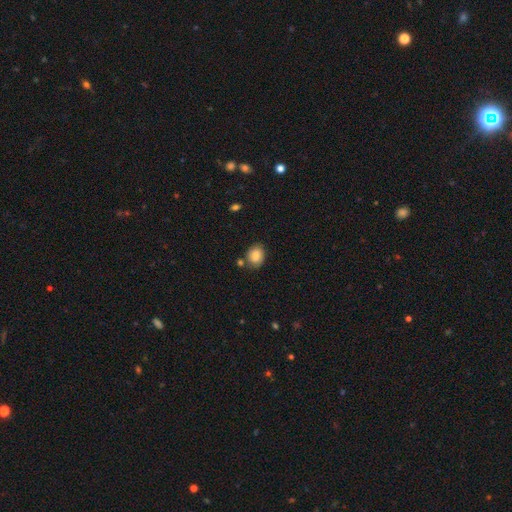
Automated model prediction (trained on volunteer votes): smooth-or-featured: smooth: 84% | star or artifact: 8% | featured or disk: 8%
  how-rounded: in between: 53% | round: 46% | cigar-shaped: 1%
  merging: none: 73% | minor disturbance: 15% | merger: 8% | major disturbance: 4%